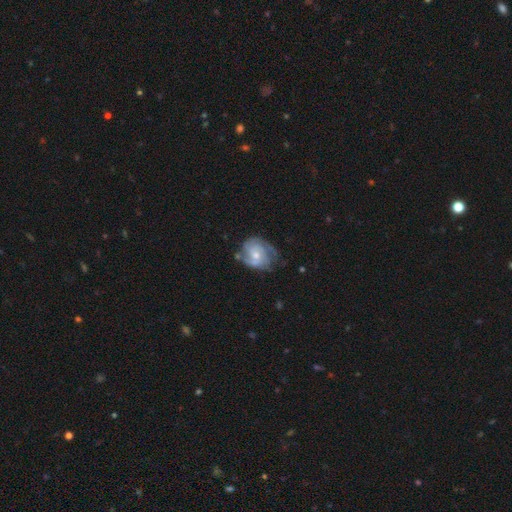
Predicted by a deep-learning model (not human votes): Overall: featured or disk (78%). Edge-on disk: no (98%). Bar: no (66%; weak 29%). Spiral arms: yes (92%). Spiral arm count: 2 (38%; can't tell 26%). Spiral winding: tight (47%; medium 40%). Bulge size: moderate (47%, tied with small). Merging: none (56%; minor disturbance 26%).